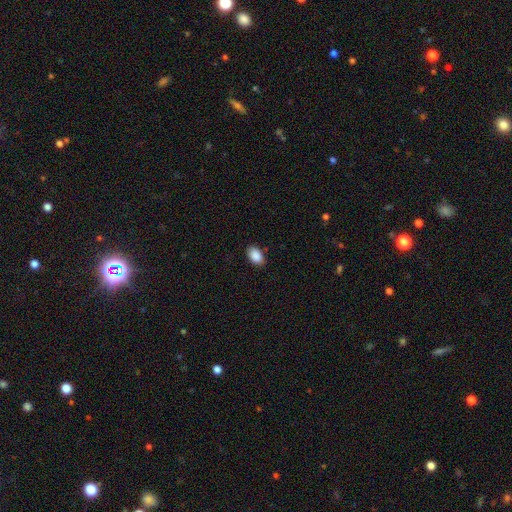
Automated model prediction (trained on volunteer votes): A smooth galaxy with no disk features (90%) that is in between round and cigar-shaped (91%). Merging: none (85%).